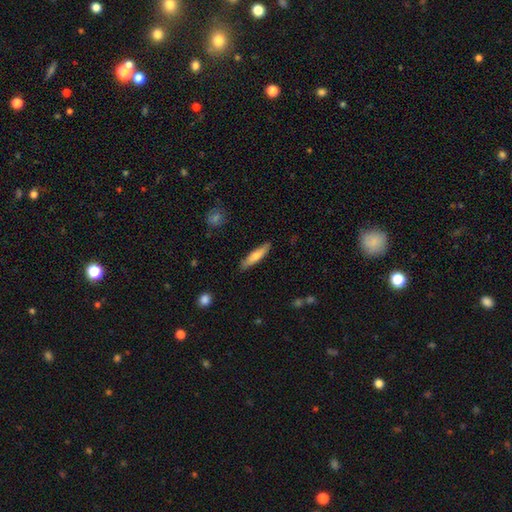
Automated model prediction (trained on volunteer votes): This appears to be a smooth galaxy with no disk features (65%) that is cigar-shaped (81%). Merging: none (87%).